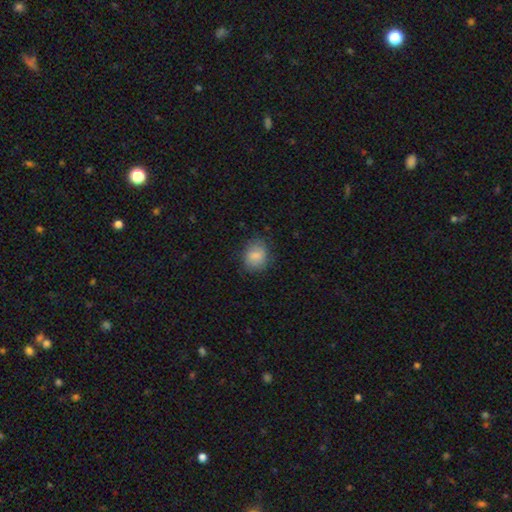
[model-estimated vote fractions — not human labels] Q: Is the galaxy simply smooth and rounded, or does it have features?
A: smooth — 82%.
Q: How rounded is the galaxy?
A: round — 54%.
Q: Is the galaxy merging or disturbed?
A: none — 77%.